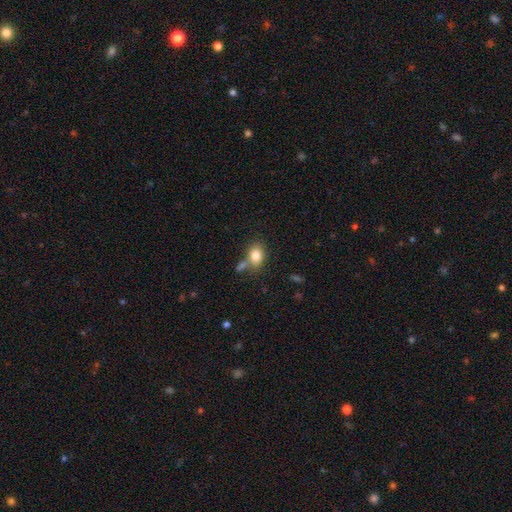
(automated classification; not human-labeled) A smooth galaxy with no disk features (82%) that is in between round and cigar-shaped (69%).

Vote fractions:
- Smooth or featured? smooth: 82% / star or artifact: 9% / featured or disk: 9%
- How rounded? in between: 69% / round: 30% / cigar-shaped: 1%
- Merging? none: 61% / merger: 19% / minor disturbance: 15% / major disturbance: 5%